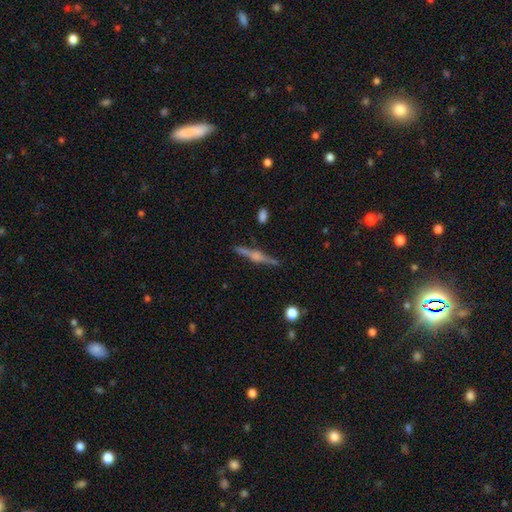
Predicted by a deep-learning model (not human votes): This is likely a featured or disk galaxy (78%). It is clearly viewed edge-on (98%). Edge-on bulge: clearly rounded (84%). Merging: clearly none (88%).